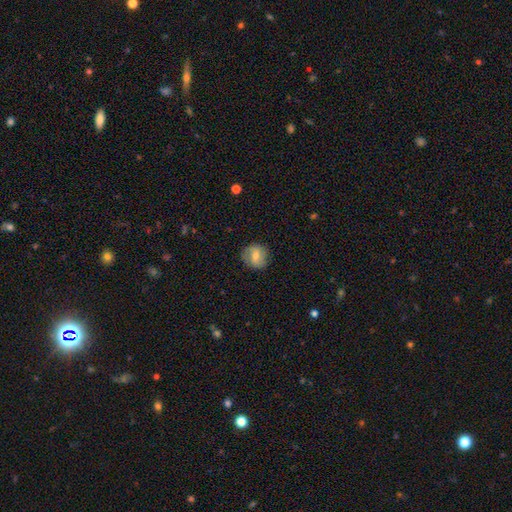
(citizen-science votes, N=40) Volunteers were most divided on "bar": strong: 45%, weak: 41%, no: 14%. Remaining: edge-on disk — no (96%); merging — none (89%); spiral arm count — 2 (83%); spiral arms — yes (82%); bulge size — moderate (82%); smooth or featured — featured or disk (57%); spiral winding — medium (39%).